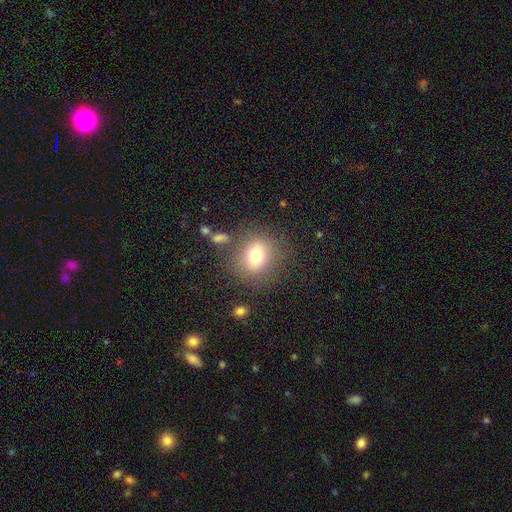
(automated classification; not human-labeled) This appears to be a smooth galaxy with no disk features (74%) that is round (67%). Merging: none (74%).